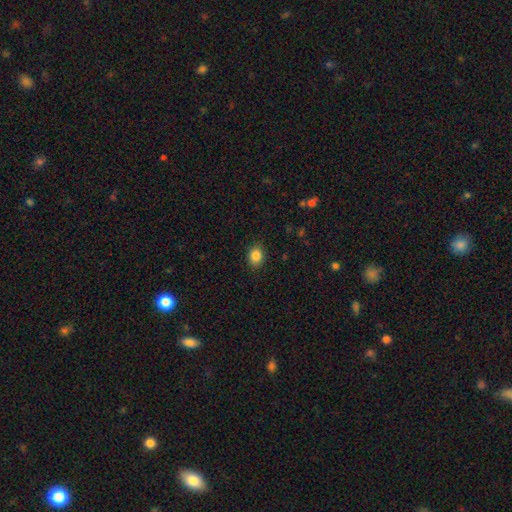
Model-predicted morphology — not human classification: The model was most divided on "how rounded": in between: 53%, round: 46%, cigar-shaped: 1%. More confident: merging — none (87%); smooth or featured — smooth (86%).